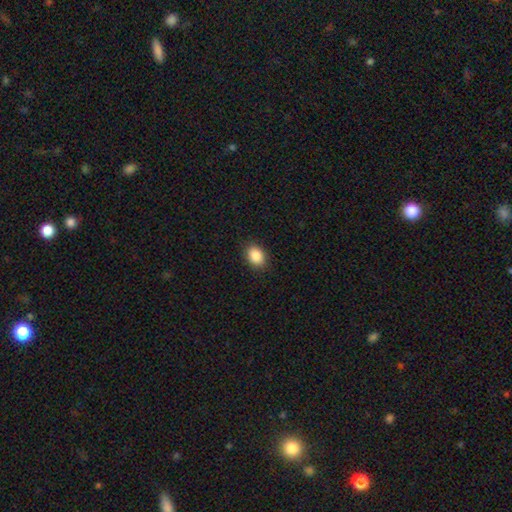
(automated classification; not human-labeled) Smooth or featured?
  - smooth: 87% *
  - star or artifact: 9%
  - featured or disk: 5%
How rounded?
  - in between: 65% *
  - round: 34%
  - cigar-shaped: 1%
Merging?
  - none: 89% *
  - minor disturbance: 8%
  - major disturbance: 2%
  - merger: 1%